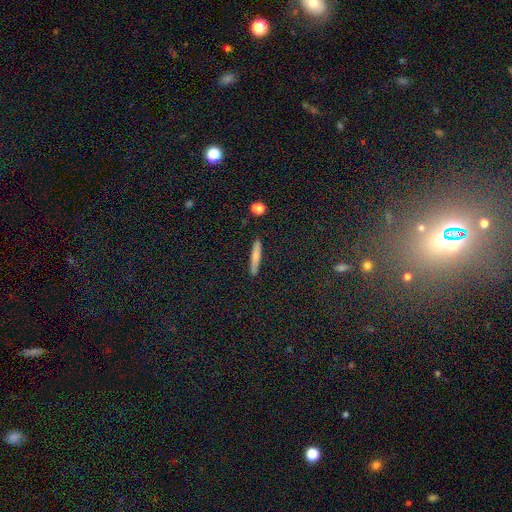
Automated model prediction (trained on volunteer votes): Smooth or featured? smooth (70%)
How rounded? cigar-shaped (90%)
Merging? none (89%)